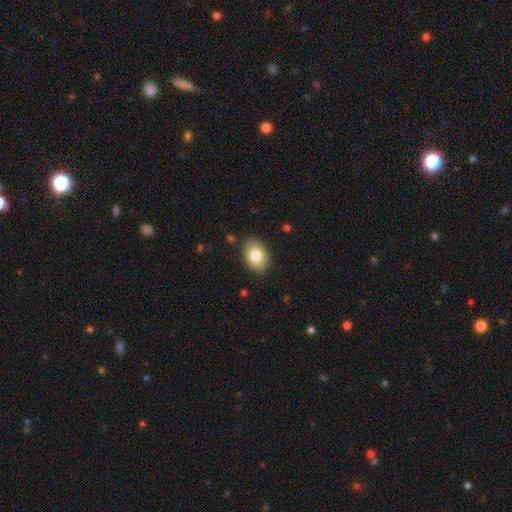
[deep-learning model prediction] The model was most divided on "smooth or featured": smooth: 82%, featured or disk: 11%, star or artifact: 7%. More confident: merging — none (87%); how rounded — in between (86%).